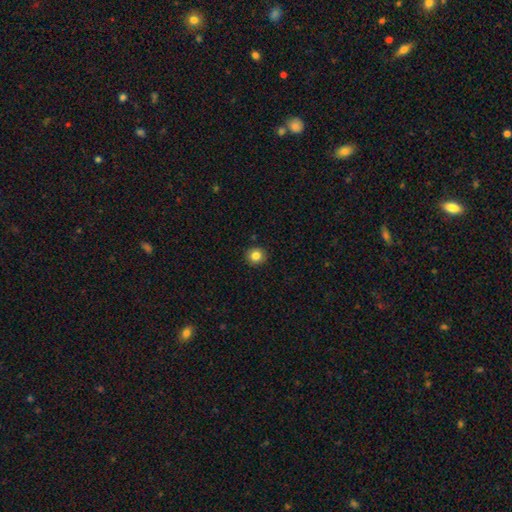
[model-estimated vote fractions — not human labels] smooth_or_featured: smooth (p=0.84) [alt: star or artifact p=0.11]
how_rounded: round (p=0.92) [alt: in between p=0.07]
merging: none (p=0.92) [alt: minor disturbance p=0.05]